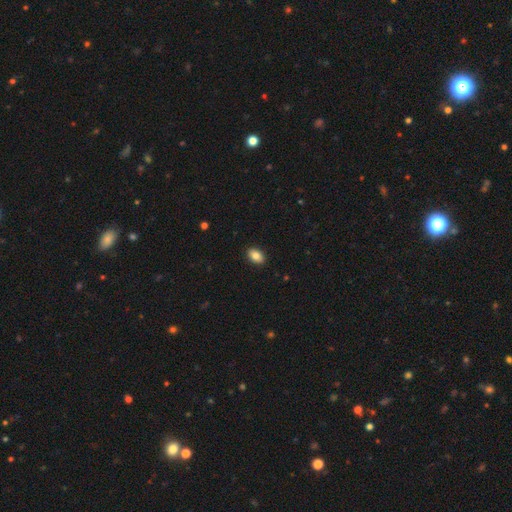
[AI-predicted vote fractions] smooth-or-featured: smooth: 86% | star or artifact: 8% | featured or disk: 7%
  how-rounded: in between: 87% | round: 12% | cigar-shaped: 1%
  merging: none: 91% | minor disturbance: 7% | major disturbance: 2% | merger: 1%